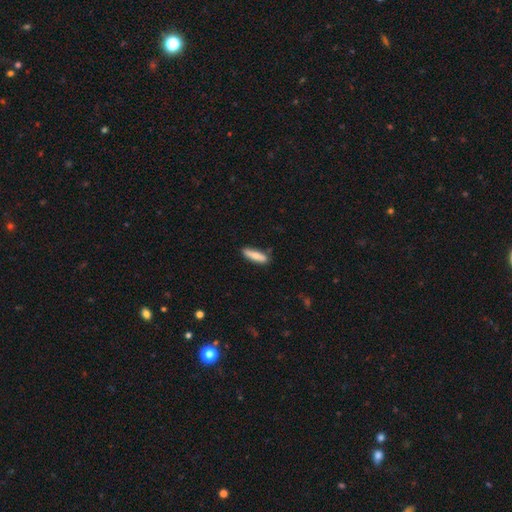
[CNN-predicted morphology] Q: Smooth or featured?
A: smooth (77%); runner-up: featured or disk (17%)
Q: How rounded?
A: cigar-shaped (65%); runner-up: in between (33%)
Q: Merging?
A: none (81%); runner-up: minor disturbance (14%)